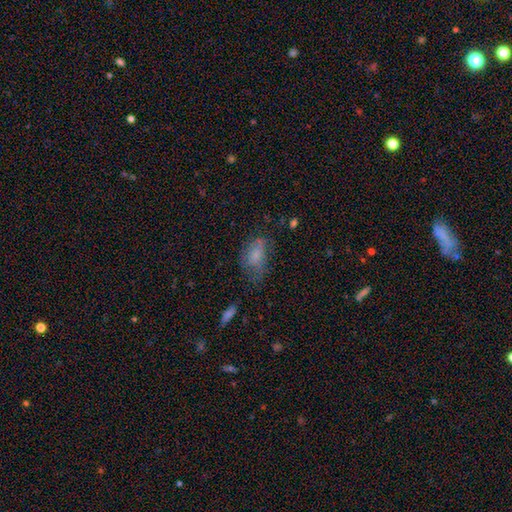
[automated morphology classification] Smooth or featured? Predicted: smooth (p=0.68). How rounded? Predicted: in between (p=0.87). Merging? Predicted: none (p=0.40).